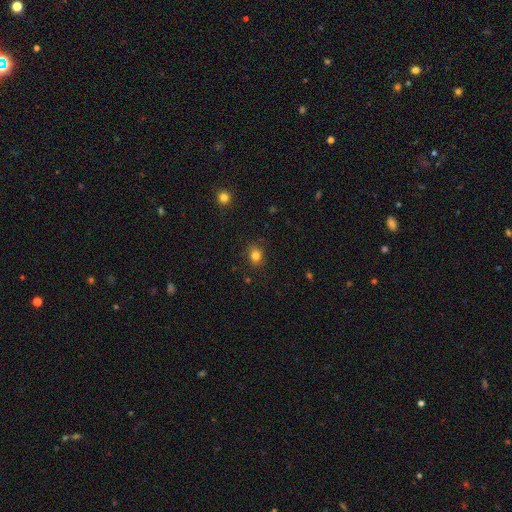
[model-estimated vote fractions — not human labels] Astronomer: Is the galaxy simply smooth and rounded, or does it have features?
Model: smooth — 82%.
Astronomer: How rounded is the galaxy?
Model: round — 59% (runner-up: in between, 40%).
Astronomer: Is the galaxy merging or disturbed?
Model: none — 84%.